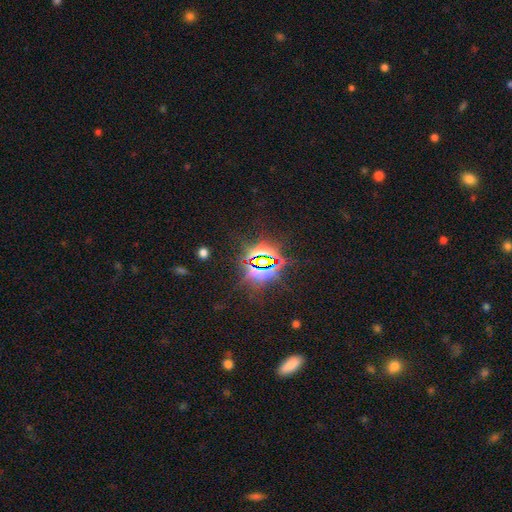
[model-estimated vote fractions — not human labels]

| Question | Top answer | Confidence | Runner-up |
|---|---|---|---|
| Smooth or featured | star or artifact | 83% | smooth (9%) |